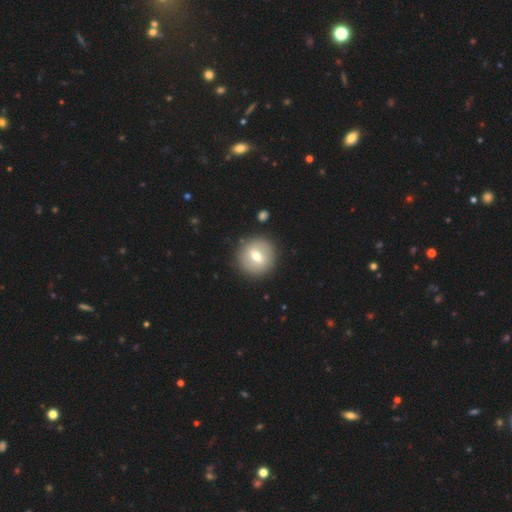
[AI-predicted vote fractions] A smooth galaxy with no disk features (56%) that is round (91%).

Vote fractions:
- Smooth or featured? smooth: 56% / featured or disk: 36% / star or artifact: 8%
- How rounded? round: 91% / in between: 8% / cigar-shaped: 1%
- Merging? none: 88% / minor disturbance: 7% / major disturbance: 3% / merger: 2%